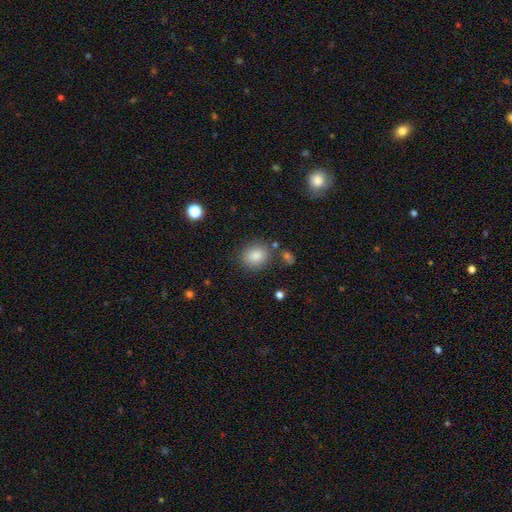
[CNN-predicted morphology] Smooth or featured? Predicted: smooth (p=0.84). How rounded? Predicted: round (p=0.71). Merging? Predicted: none (p=0.81).